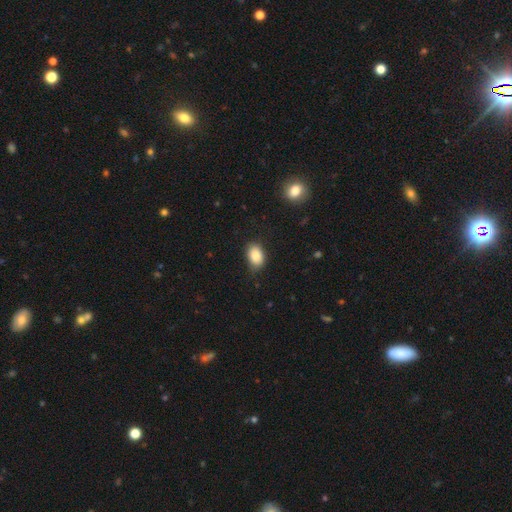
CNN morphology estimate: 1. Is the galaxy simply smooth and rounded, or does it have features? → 86% smooth, 8% star or artifact, 6% featured or disk.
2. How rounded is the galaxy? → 84% in between, 15% round, 1% cigar-shaped.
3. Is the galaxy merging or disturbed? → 78% none, 17% minor disturbance, 3% major disturbance, 1% merger.